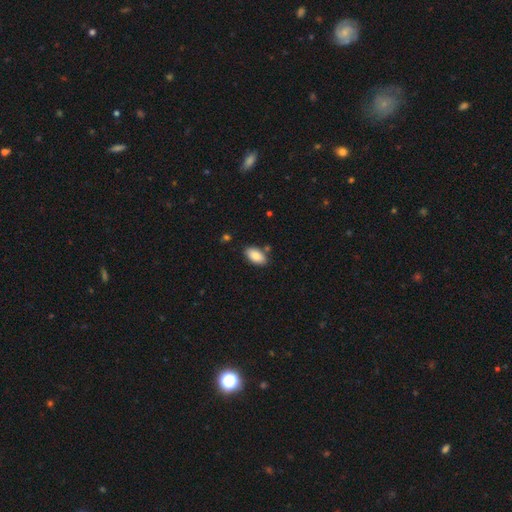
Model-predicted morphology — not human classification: Smooth or featured? smooth (85%)
How rounded? in between (94%)
Merging? none (81%)